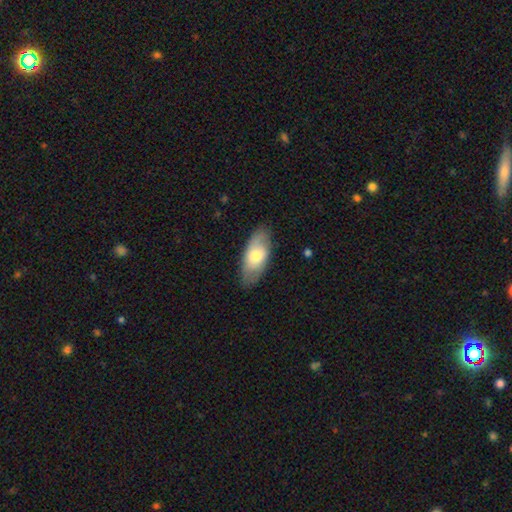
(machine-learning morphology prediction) smooth-or-featured: smooth: 66% | featured or disk: 28% | star or artifact: 6%
  how-rounded: in between: 87% | cigar-shaped: 10% | round: 3%
  merging: none: 80% | minor disturbance: 15% | major disturbance: 3% | merger: 1%